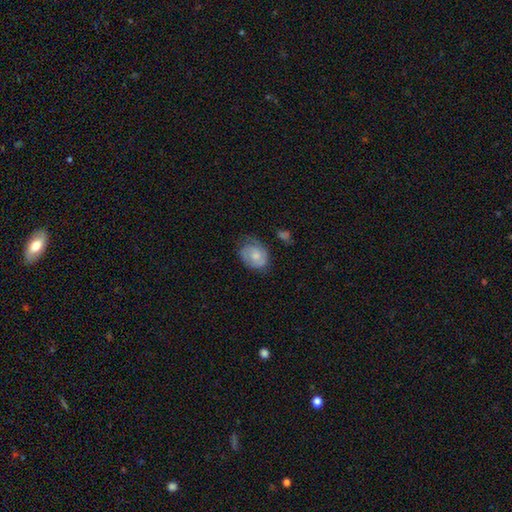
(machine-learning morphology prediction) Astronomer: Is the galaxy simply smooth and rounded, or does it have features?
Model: featured or disk — 46%, tied with smooth at 46%.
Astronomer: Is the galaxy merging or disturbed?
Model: none — 56%.